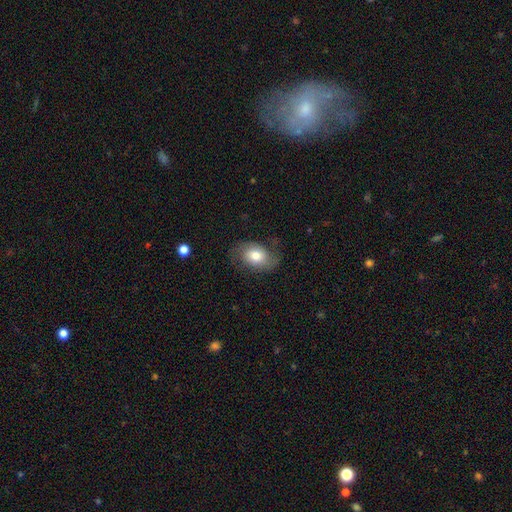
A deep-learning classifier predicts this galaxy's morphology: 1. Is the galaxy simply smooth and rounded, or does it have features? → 51% smooth, 42% featured or disk, 8% star or artifact.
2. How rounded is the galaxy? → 76% in between, 23% round, 1% cigar-shaped.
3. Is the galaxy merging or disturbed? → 66% none, 22% minor disturbance, 11% major disturbance, 1% merger.